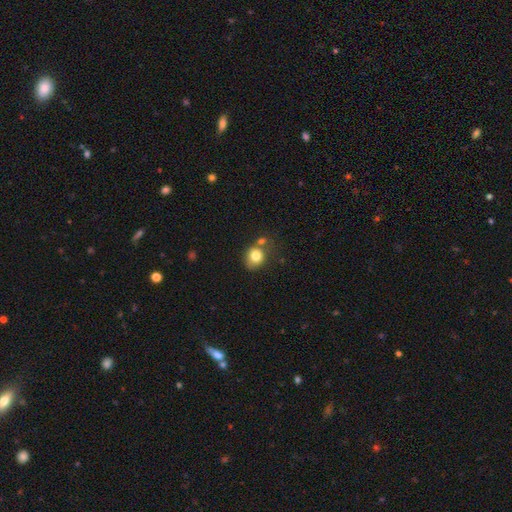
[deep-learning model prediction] Overall: smooth (80%). How rounded: round (66%; in between 33%). Merging: none (55%; minor disturbance 19%).